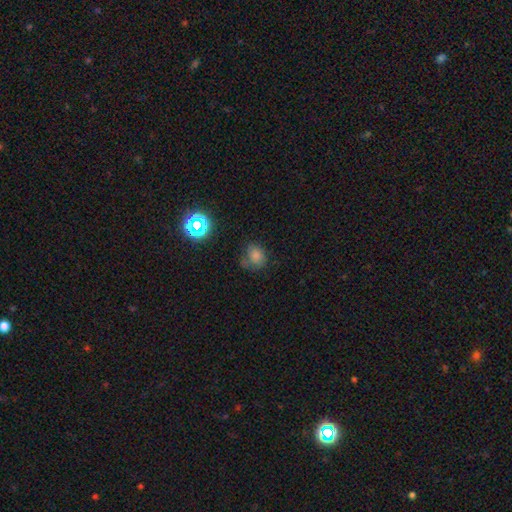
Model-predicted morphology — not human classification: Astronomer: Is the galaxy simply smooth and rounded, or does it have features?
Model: smooth — 70%.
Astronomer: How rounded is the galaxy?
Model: round — 72%.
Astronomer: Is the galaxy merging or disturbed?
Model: none — 56%.